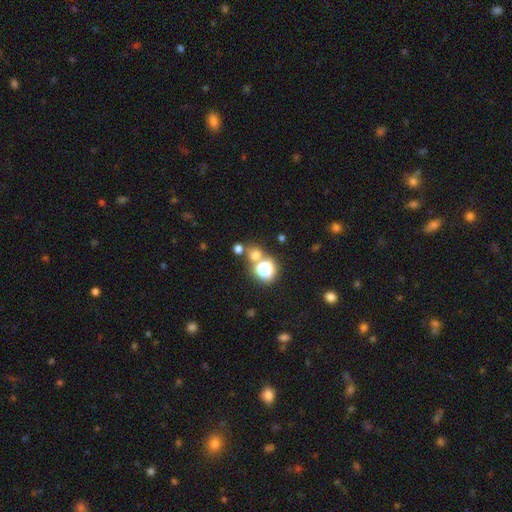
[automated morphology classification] A smooth galaxy with no disk features (60%) that is round (83%). Merging: none (63%).